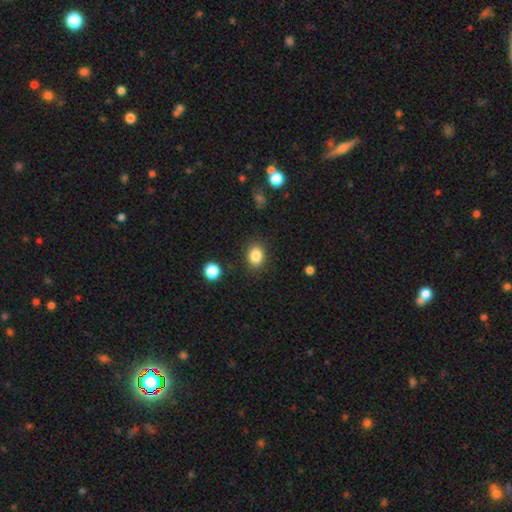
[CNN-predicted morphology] This is clearly a smooth galaxy (85%). How rounded: possibly round (50%). Merging: clearly none (86%).